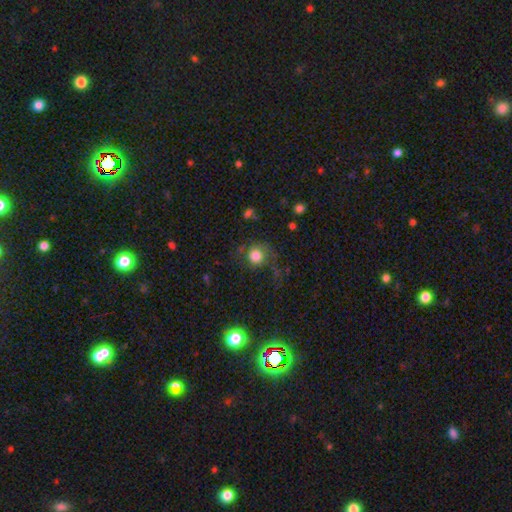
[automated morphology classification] A smooth galaxy with no disk features (78%) that is round (90%).

Vote fractions:
- Smooth or featured? smooth: 78% / featured or disk: 11% / star or artifact: 10%
- How rounded? round: 90% / in between: 9% / cigar-shaped: 1%
- Merging? none: 61% / minor disturbance: 19% / major disturbance: 17% / merger: 3%